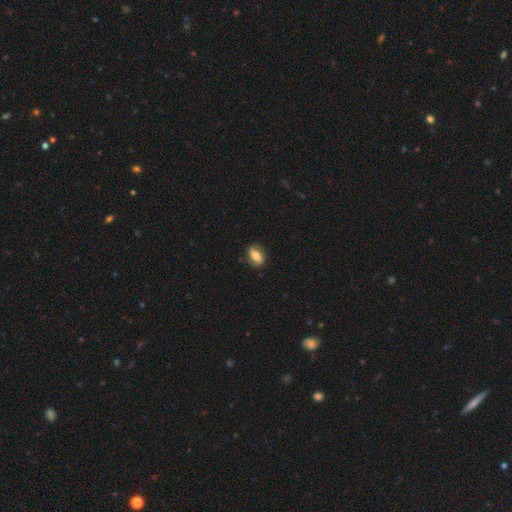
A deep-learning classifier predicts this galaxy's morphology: smooth 66%, featured or disk 26%, star or artifact 8%. Down the decision tree: how rounded — in between (82%); merging — none (80%).